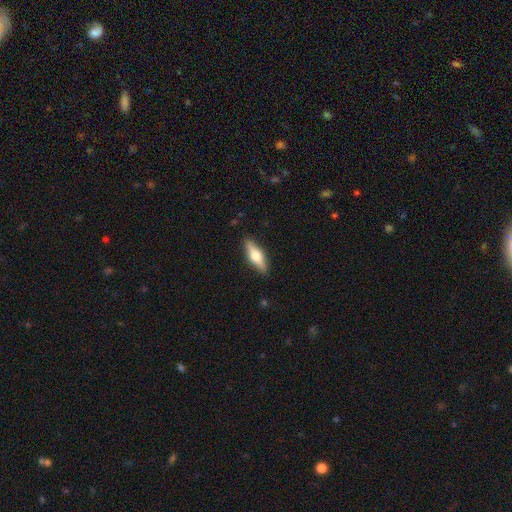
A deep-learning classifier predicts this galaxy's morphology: Smooth or featured?
  - featured or disk: 49% *
  - smooth: 45%
  - star or artifact: 6%
Merging?
  - none: 88% *
  - minor disturbance: 9%
  - major disturbance: 2%
  - merger: 1%